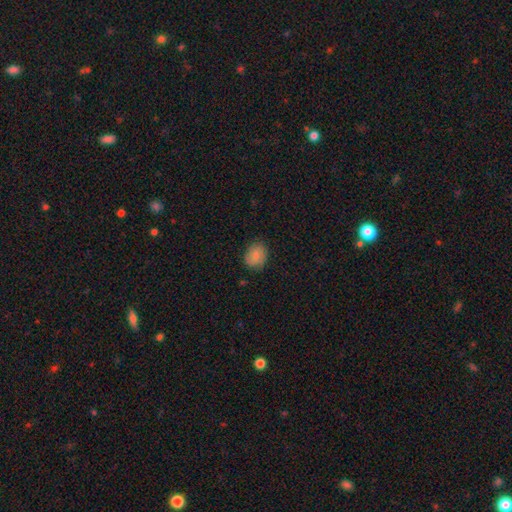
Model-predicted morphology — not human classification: Smooth or featured?
  - smooth: 83% *
  - featured or disk: 10%
  - star or artifact: 8%
How rounded?
  - in between: 55% *
  - round: 44%
  - cigar-shaped: 1%
Merging?
  - none: 75% *
  - minor disturbance: 20%
  - major disturbance: 4%
  - merger: 1%